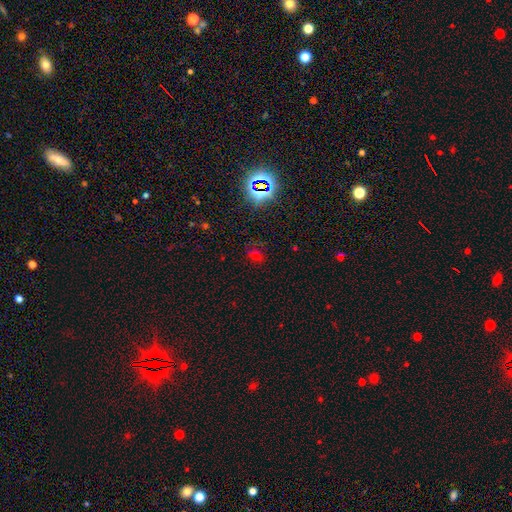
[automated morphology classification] Q: Smooth or featured?
A: star or artifact (50%); runner-up: smooth (41%)